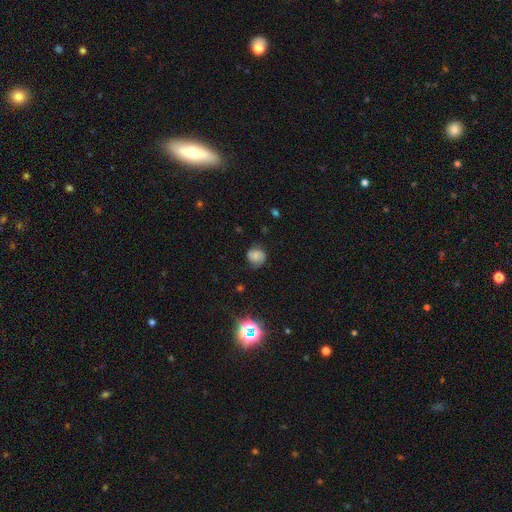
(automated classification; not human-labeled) Morphology: type=smooth (49%); merging=none (67%).